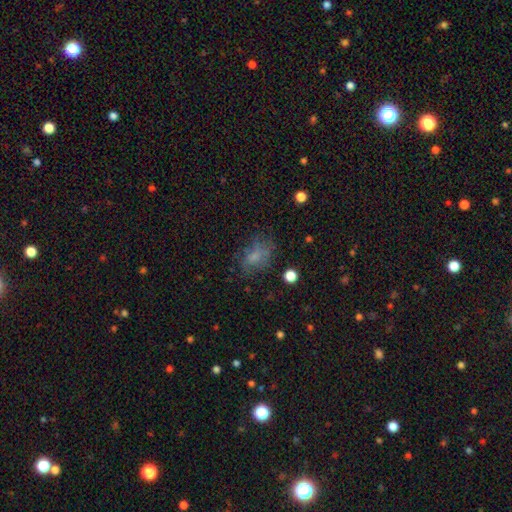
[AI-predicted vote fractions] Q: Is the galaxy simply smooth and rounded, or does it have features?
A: smooth — 62%.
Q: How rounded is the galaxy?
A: in between — 78%.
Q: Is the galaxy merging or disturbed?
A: none — 55%.